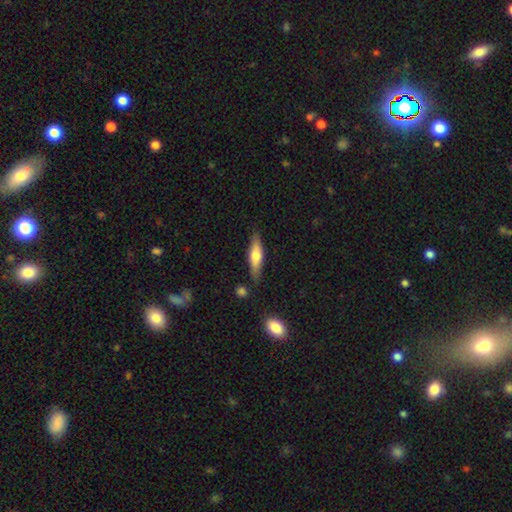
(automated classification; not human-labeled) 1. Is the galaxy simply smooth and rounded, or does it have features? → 54% smooth, 40% featured or disk, 6% star or artifact.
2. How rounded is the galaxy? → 68% cigar-shaped, 30% in between, 2% round.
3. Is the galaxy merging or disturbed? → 82% none, 12% minor disturbance, 3% merger, 3% major disturbance.